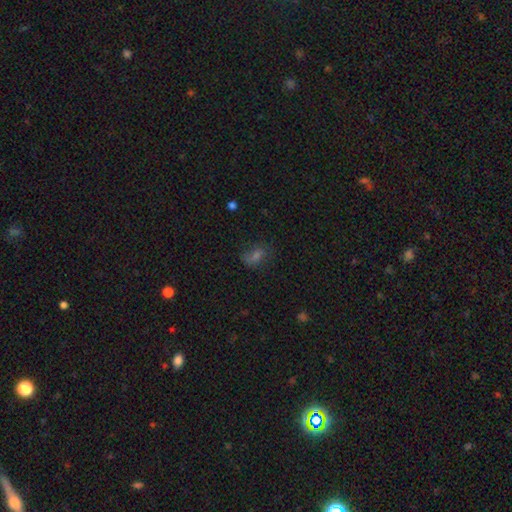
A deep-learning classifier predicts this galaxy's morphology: smooth_or_featured: smooth (p=0.51) [alt: star or artifact p=0.30]
how_rounded: in between (p=0.70) [alt: round p=0.26]
merging: none (p=0.65) [alt: minor disturbance p=0.21]